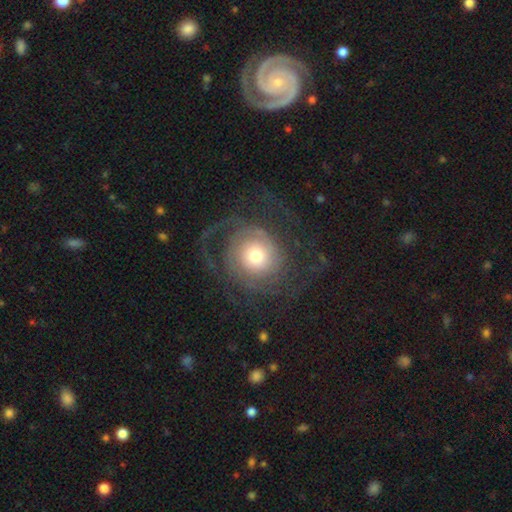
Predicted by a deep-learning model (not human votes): A featured or disk galaxy (76%) with no bar (81%), 2 (37%) tight (43%) spiral arms (90%) and a moderate central bulge (52%). Merging: none (61%).